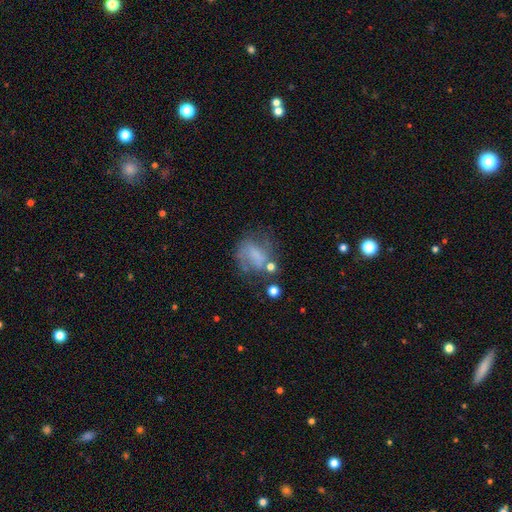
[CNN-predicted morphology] Overall: smooth (45%; featured or disk 42%). Merging: none (42%; major disturbance 25%).